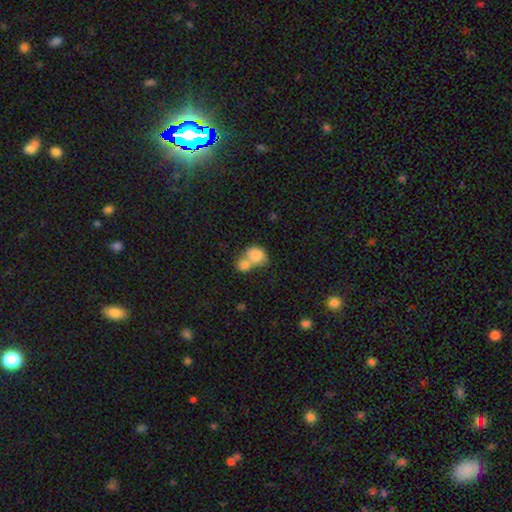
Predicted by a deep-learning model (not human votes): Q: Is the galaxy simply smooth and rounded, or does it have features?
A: smooth — 81%.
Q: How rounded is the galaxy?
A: round — 58%.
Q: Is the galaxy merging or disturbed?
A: merger — 70%.